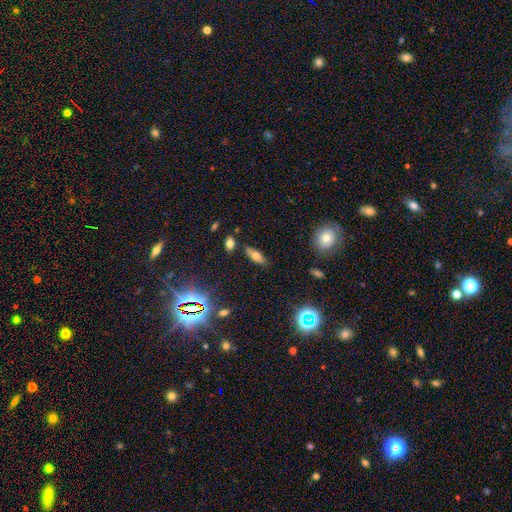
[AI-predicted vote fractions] Q: Smooth or featured?
A: smooth (64%); runner-up: featured or disk (22%)
Q: How rounded?
A: in between (71%); runner-up: cigar-shaped (26%)
Q: Merging?
A: none (80%); runner-up: minor disturbance (12%)